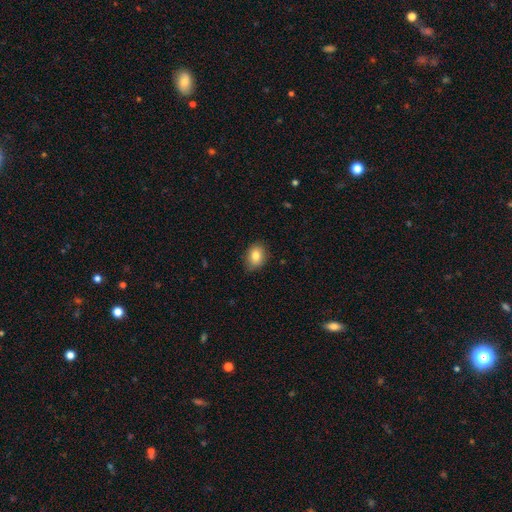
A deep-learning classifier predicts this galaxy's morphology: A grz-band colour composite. It shows a smooth galaxy with no disk features (83%) that is in between round and cigar-shaped (62%). Merging: none (83%).